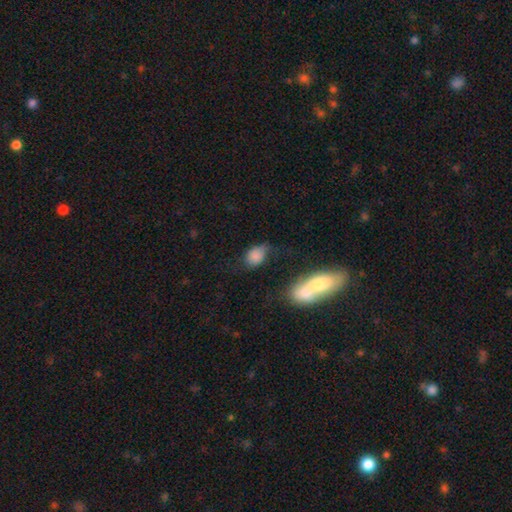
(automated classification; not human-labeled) smooth-or-featured: smooth: 80% | featured or disk: 10% | star or artifact: 10%
  how-rounded: in between: 71% | round: 28% | cigar-shaped: 2%
  merging: none: 42% | minor disturbance: 31% | major disturbance: 16% | merger: 11%